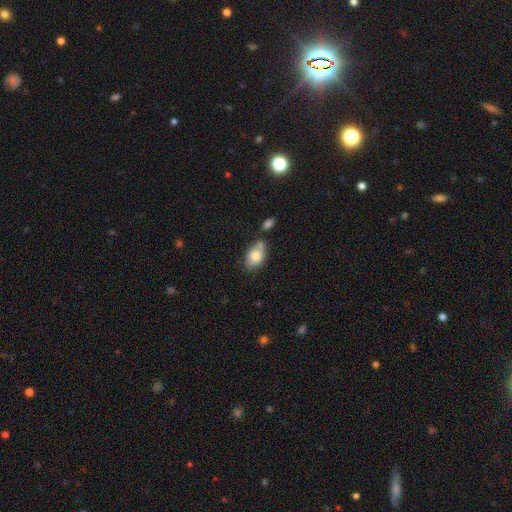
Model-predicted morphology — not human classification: smooth 77%, featured or disk 15%, star or artifact 7%. Down the decision tree: how rounded — in between (85%); merging — none (53%).